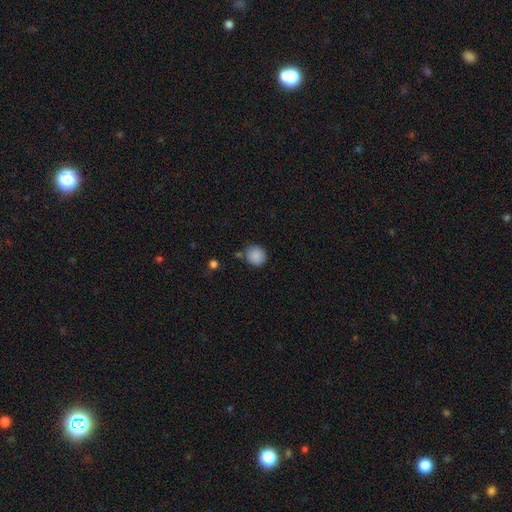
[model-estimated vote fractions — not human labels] Overall: smooth (88%). How rounded: round (88%). Merging: none (78%).